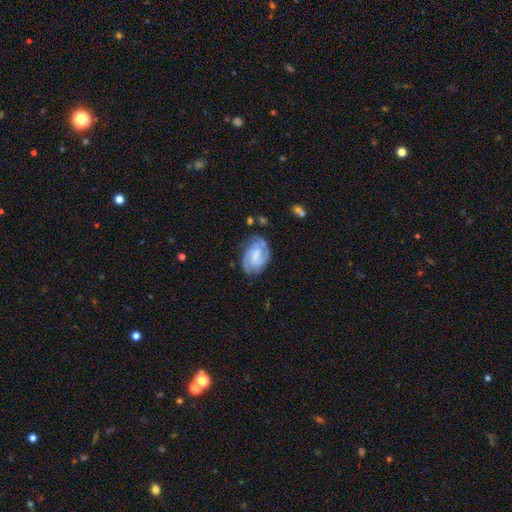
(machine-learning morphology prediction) smooth-or-featured: featured or disk: 78% | smooth: 16% | star or artifact: 6%
  disk-edge-on: no: 98% | yes: 2%
    bar: weak: 51% | no: 36% | strong: 13%
    has-spiral-arms: yes: 95% | no: 5%
      spiral-winding: tight: 50% | medium: 40% | loose: 10%
      spiral-arm-count: 2: 44% | 3: 25% | can't tell: 19% | 4: 5% | 1: 4% | more than 4: 3%
    bulge-size: small: 42% | none: 26% | moderate: 25% | large: 5% | dominant: 1%
  merging: none: 72% | minor disturbance: 19% | major disturbance: 7% | merger: 2%